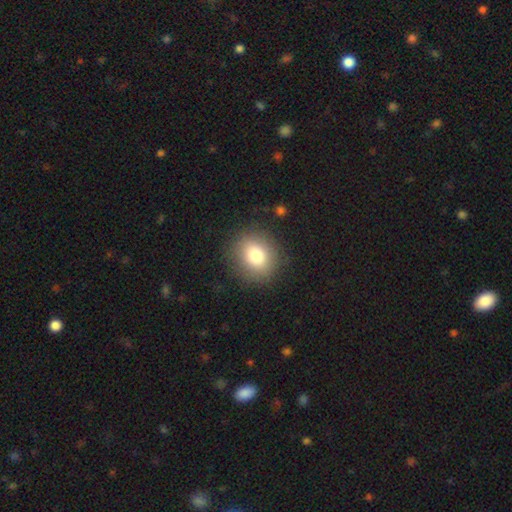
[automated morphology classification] Overall: smooth (79%). How rounded: round (77%). Merging: none (87%).